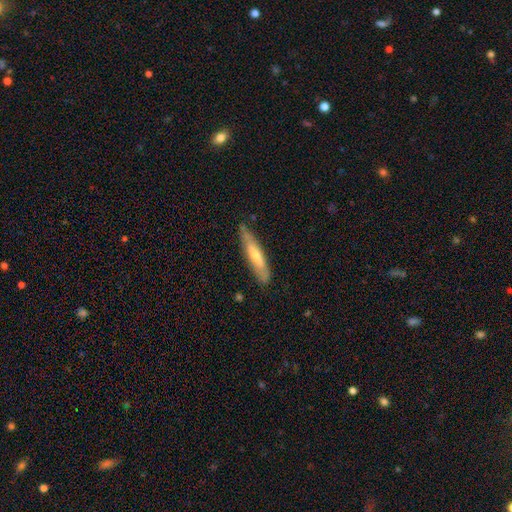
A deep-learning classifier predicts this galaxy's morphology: A smooth galaxy with no disk features (48%).

Vote fractions:
- Smooth or featured? smooth: 48% / featured or disk: 46% / star or artifact: 6%
- Merging? none: 77% / minor disturbance: 19% / major disturbance: 3% / merger: 2%